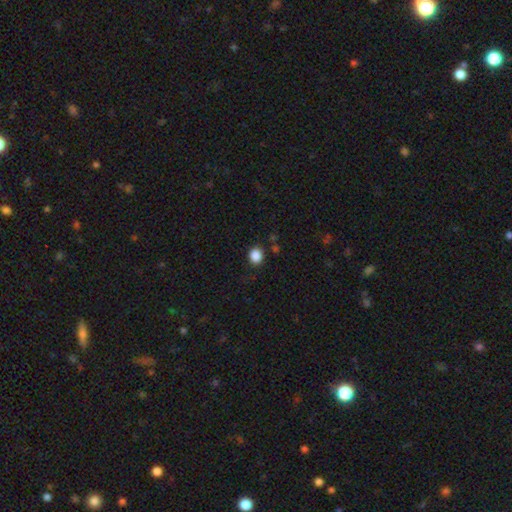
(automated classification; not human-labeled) Smooth or featured?
  - smooth: 86% *
  - star or artifact: 10%
  - featured or disk: 3%
How rounded?
  - round: 73% *
  - in between: 26%
  - cigar-shaped: 1%
Merging?
  - none: 86% *
  - minor disturbance: 9%
  - major disturbance: 3%
  - merger: 2%